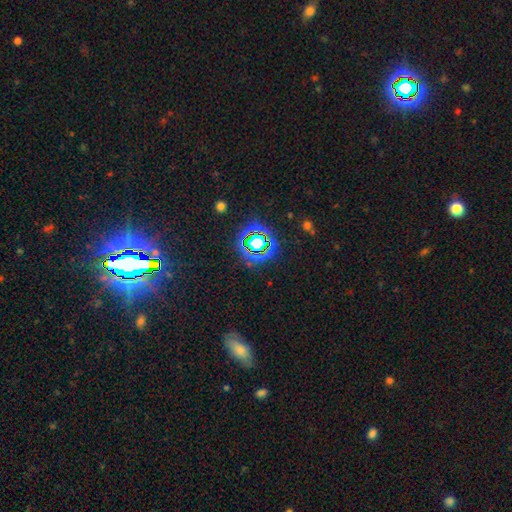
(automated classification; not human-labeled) The model was most divided on "smooth or featured": star or artifact: 73%, smooth: 17%, featured or disk: 11%.